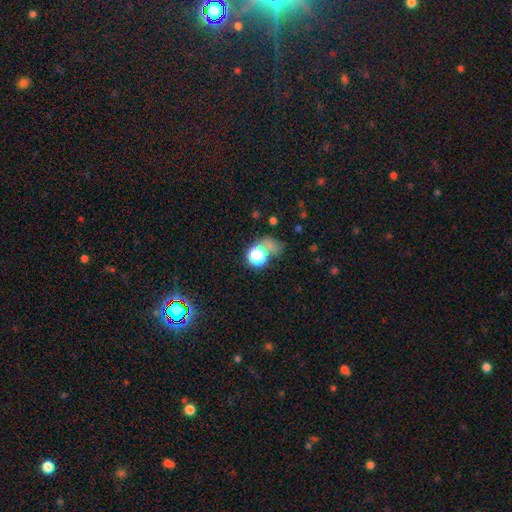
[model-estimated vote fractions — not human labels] This appears to be a smooth galaxy with no disk features (49%). Merging: none (54%).